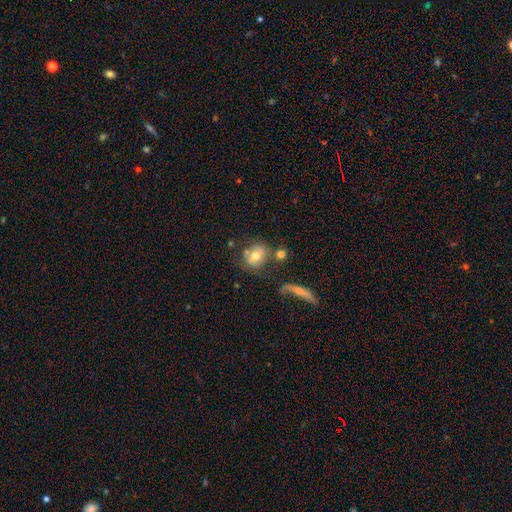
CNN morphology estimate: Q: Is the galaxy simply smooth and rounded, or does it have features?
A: smooth — 57%.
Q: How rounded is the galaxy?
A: round — 66%.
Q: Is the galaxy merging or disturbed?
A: none — 49%.